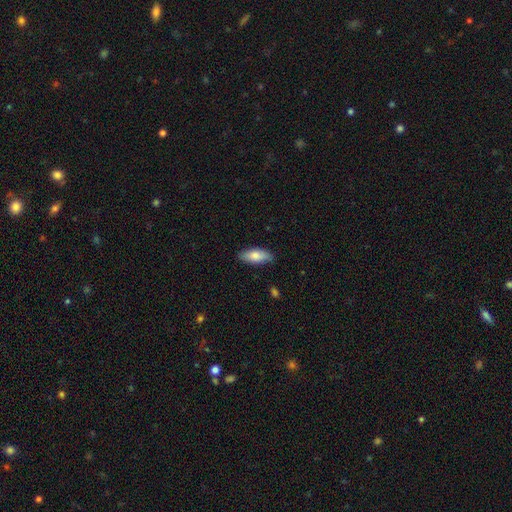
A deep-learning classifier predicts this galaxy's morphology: A smooth galaxy with no disk features (79%) that is in between round and cigar-shaped (79%). Merging: none (83%).